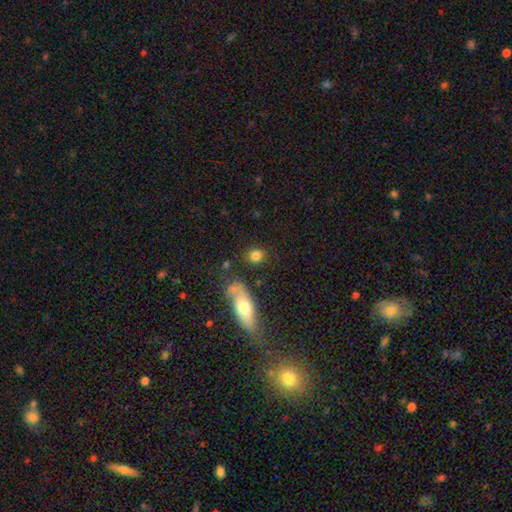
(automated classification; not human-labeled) A smooth galaxy with no disk features (81%) that is round (58%). Merging: none (78%).